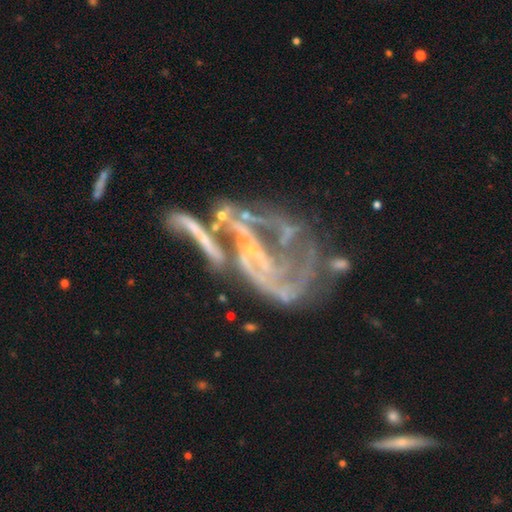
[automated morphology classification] smooth_or_featured: featured or disk (p=0.81) [alt: star or artifact p=0.11]
disk_edge_on: no (p=0.96) [alt: yes p=0.04]
bar: no (p=0.56) [alt: weak p=0.25]
has_spiral_arms: yes (p=0.65) [alt: no p=0.35]
spiral_winding: loose (p=0.38) [alt: medium p=0.35]
spiral_arm_count: 2 (p=0.37) [alt: can't tell p=0.29]
bulge_size: none (p=0.57) [alt: small p=0.32]
merging: major disturbance (p=0.39) [alt: merger p=0.30]